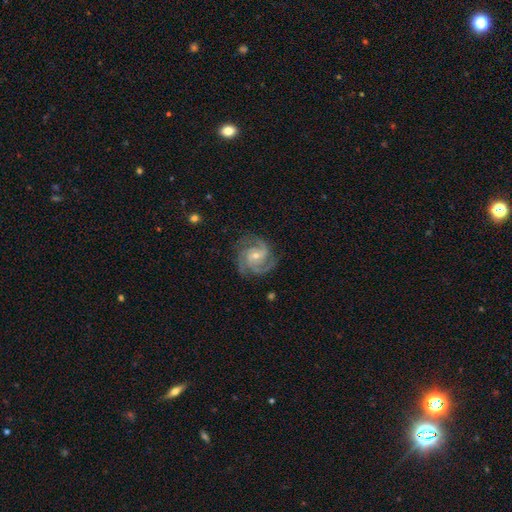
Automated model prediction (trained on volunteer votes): Q: Smooth or featured?
A: featured or disk (91%); runner-up: star or artifact (5%)
Q: Edge-on disk?
A: no (98%); runner-up: yes (2%)
Q: Bar?
A: no (54%); runner-up: weak (36%)
Q: Spiral arms?
A: yes (98%); runner-up: no (2%)
Q: Spiral winding?
A: tight (53%); runner-up: medium (41%)
Q: Spiral arm count?
A: 3 (54%); runner-up: 2 (19%)
Q: Bulge size?
A: small (60%); runner-up: moderate (37%)
Q: Merging?
A: none (78%); runner-up: minor disturbance (16%)